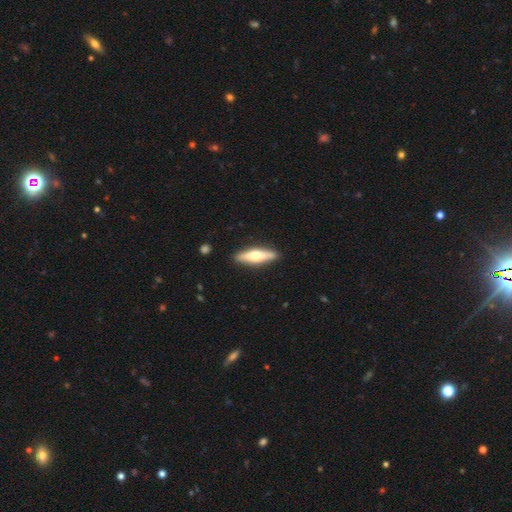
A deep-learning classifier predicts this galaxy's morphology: This is possibly a featured or disk galaxy (49%). Merging: clearly none (89%).